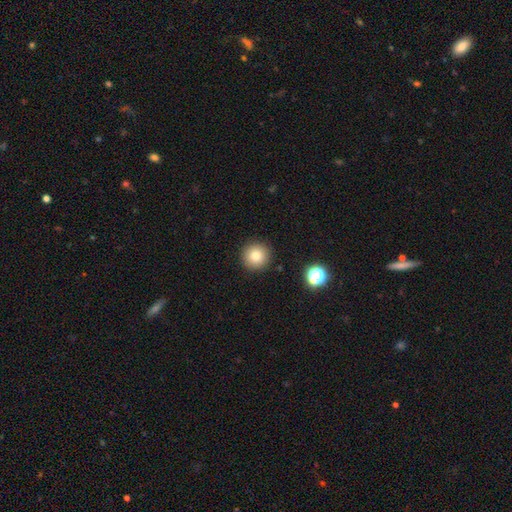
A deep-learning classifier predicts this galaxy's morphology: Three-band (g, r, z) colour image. It shows a smooth galaxy with no disk features (80%) that is round (95%). Merging: none (91%).